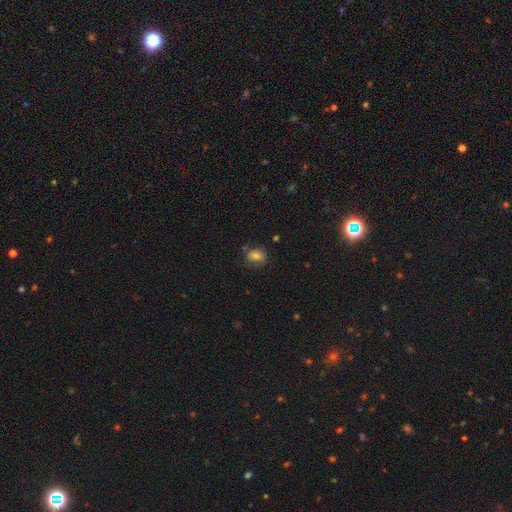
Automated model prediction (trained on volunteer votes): smooth 77%, star or artifact 12%, featured or disk 11%. Down the decision tree: how rounded — in between (55%); merging — none (74%).